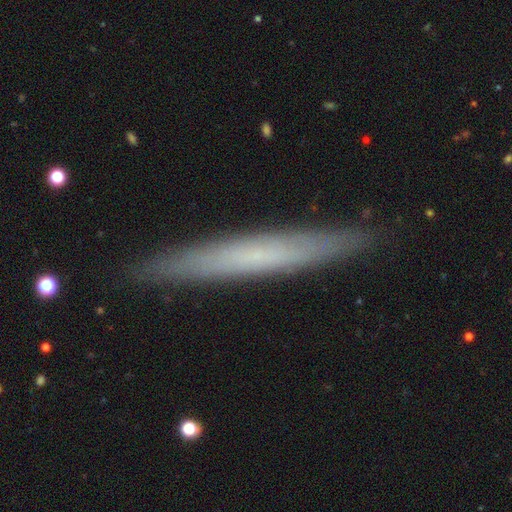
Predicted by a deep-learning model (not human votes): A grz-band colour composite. It shows a featured or disk galaxy (49%). Merging: none (90%).